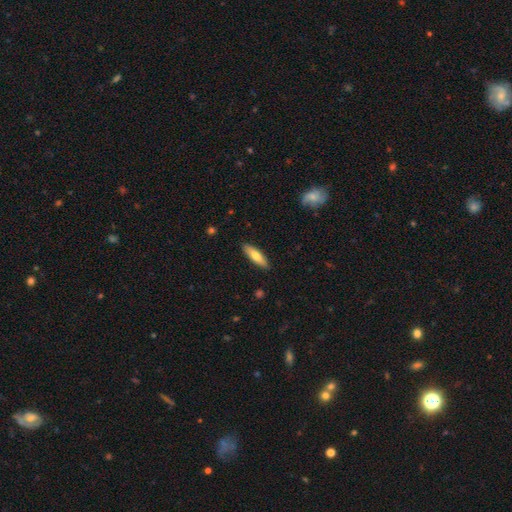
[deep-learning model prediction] A smooth galaxy with no disk features (68%) that is cigar-shaped (62%).

Vote fractions:
- Smooth or featured? smooth: 68% / featured or disk: 26% / star or artifact: 6%
- How rounded? cigar-shaped: 62% / in between: 36% / round: 2%
- Merging? none: 89% / minor disturbance: 8% / major disturbance: 2% / merger: 1%